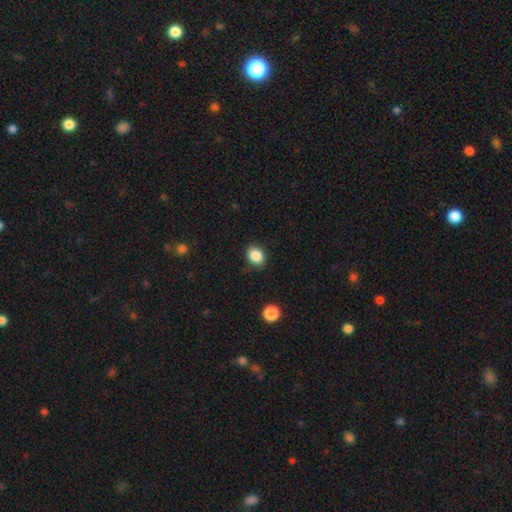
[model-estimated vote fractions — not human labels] Overall: smooth (87%). How rounded: in between (52%; round 47%). Merging: none (84%).